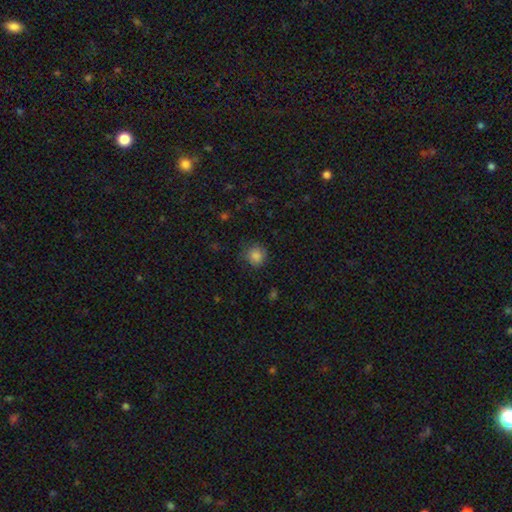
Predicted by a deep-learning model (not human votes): Morphology: type=smooth (84%); roundness=round (89%); merging=none (79%).